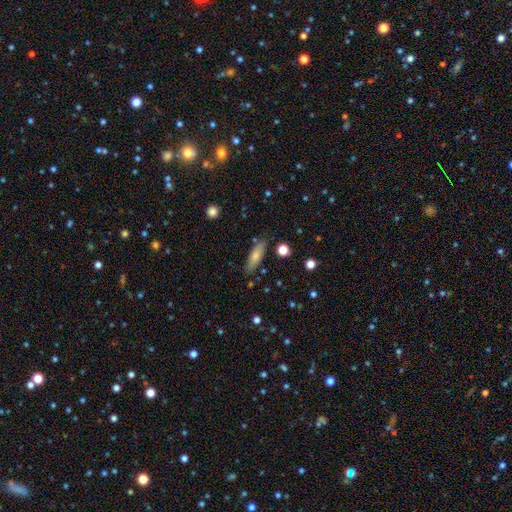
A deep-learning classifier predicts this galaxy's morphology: smooth 71%, featured or disk 22%, star or artifact 7%. Down the decision tree: how rounded — cigar-shaped (53%); merging — none (84%).